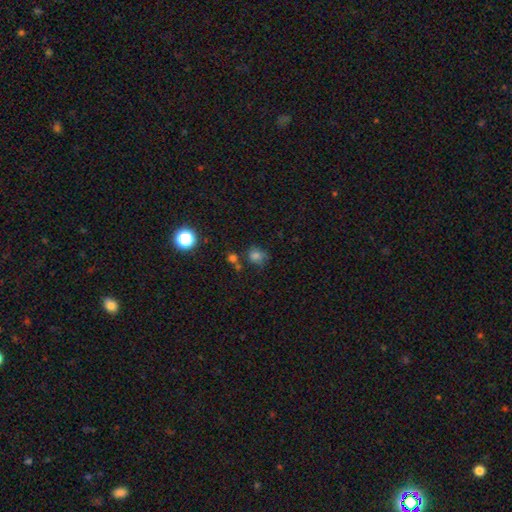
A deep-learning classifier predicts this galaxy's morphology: smooth 75%, star or artifact 17%, featured or disk 8%. Down the decision tree: how rounded — round (75%); merging — none (57%).